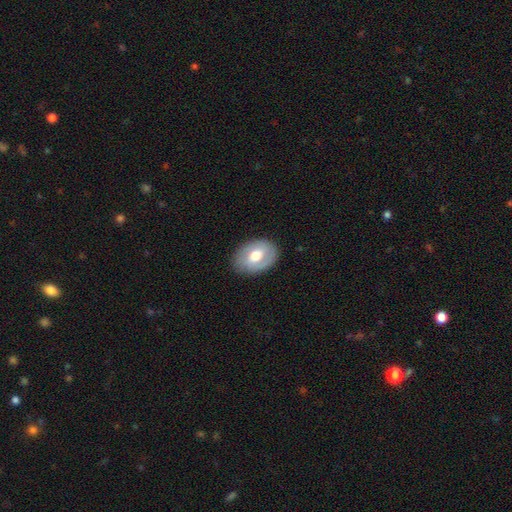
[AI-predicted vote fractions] smooth-or-featured: smooth: 58% | featured or disk: 35% | star or artifact: 7%
  how-rounded: in between: 73% | round: 26% | cigar-shaped: 1%
  merging: none: 84% | minor disturbance: 12% | major disturbance: 4% | merger: 1%